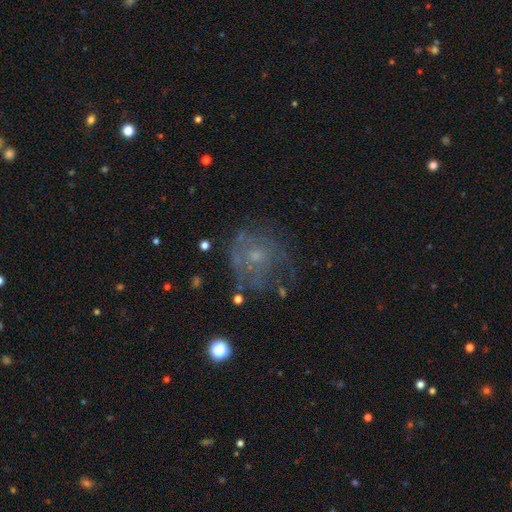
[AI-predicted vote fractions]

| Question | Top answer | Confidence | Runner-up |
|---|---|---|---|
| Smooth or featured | featured or disk | 54% | smooth (30%) |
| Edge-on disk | no | 97% | yes (3%) |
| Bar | no | 86% | weak (12%) |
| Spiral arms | no | 58% | yes (42%) |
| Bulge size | small | 55% | moderate (30%) |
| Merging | none | 54% | major disturbance (22%) |